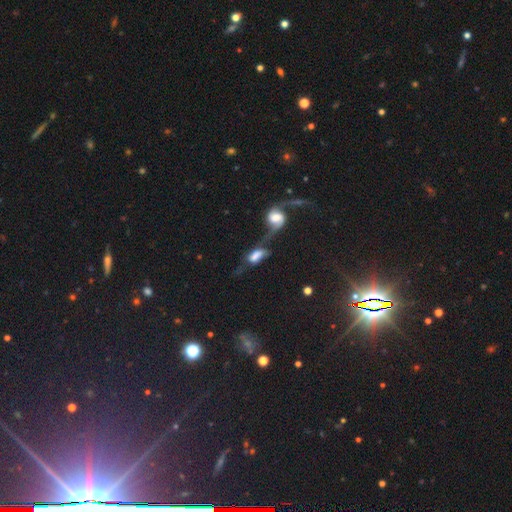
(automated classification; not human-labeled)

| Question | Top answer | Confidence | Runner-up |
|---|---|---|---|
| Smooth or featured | featured or disk | 45% | smooth (43%) |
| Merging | merger | 59% | major disturbance (17%) |